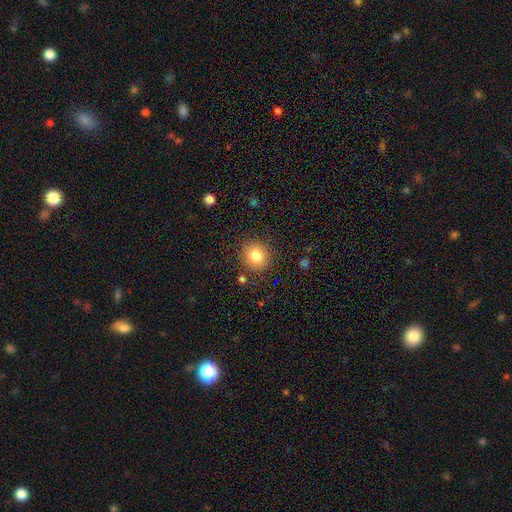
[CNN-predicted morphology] This appears to be a smooth galaxy with no disk features (82%) that is round (88%). Merging: none (87%).